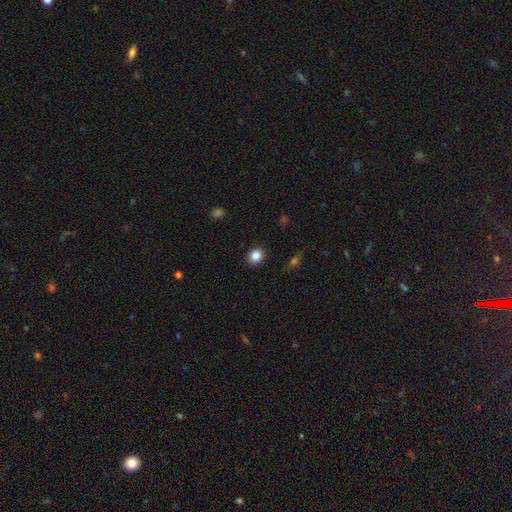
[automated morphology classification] Smooth or featured?
  - smooth: 86% *
  - star or artifact: 10%
  - featured or disk: 4%
How rounded?
  - round: 74% *
  - in between: 25%
  - cigar-shaped: 1%
Merging?
  - none: 90% *
  - minor disturbance: 6%
  - major disturbance: 2%
  - merger: 1%